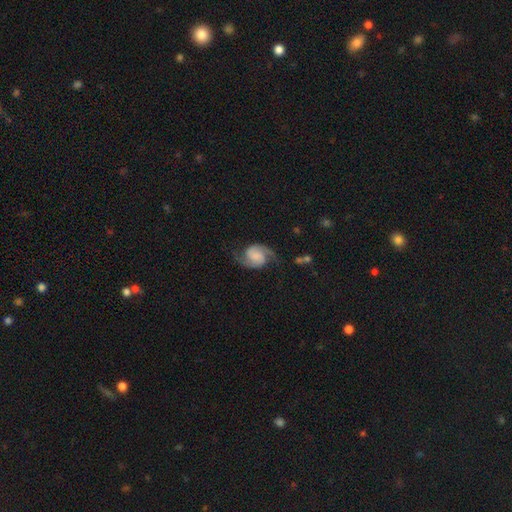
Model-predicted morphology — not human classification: This is clearly a featured or disk galaxy (86%). It is clearly not viewed edge-on (98%). Bar: possibly no (57%). Spiral arm pattern: clearly yes (97%). Spiral arm count: clearly 2 (94%). Spiral winding: possibly medium (46%). Central bulge: possibly none (45%). Merging: likely none (74%).